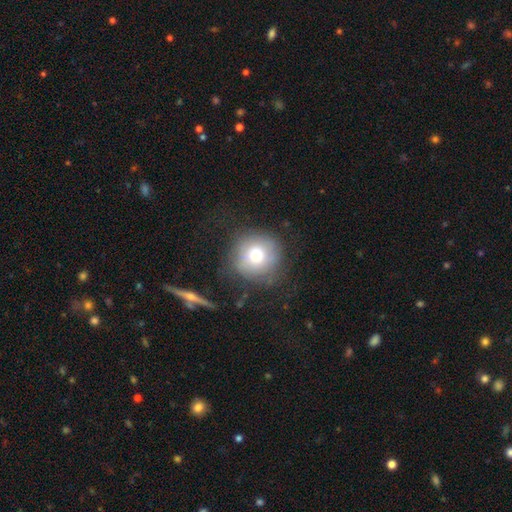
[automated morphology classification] This appears to be a smooth galaxy with no disk features (69%) that is round (93%). Merging: none (72%).